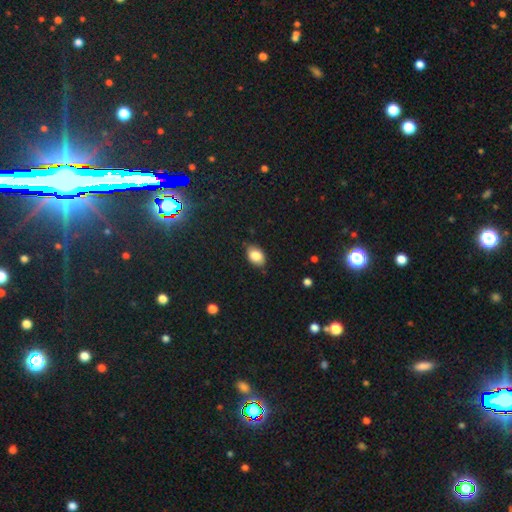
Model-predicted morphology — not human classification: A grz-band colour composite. It shows a smooth galaxy with no disk features (83%) that is in between round and cigar-shaped (85%). Merging: none (79%).